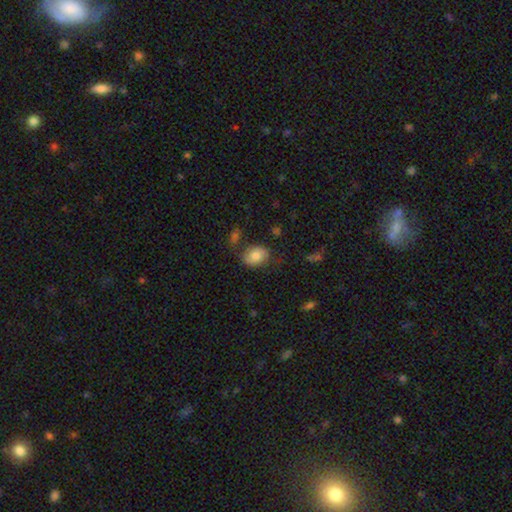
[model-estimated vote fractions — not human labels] smooth 77%, featured or disk 15%, star or artifact 8%. Down the decision tree: how rounded — in between (71%); merging — none (66%).